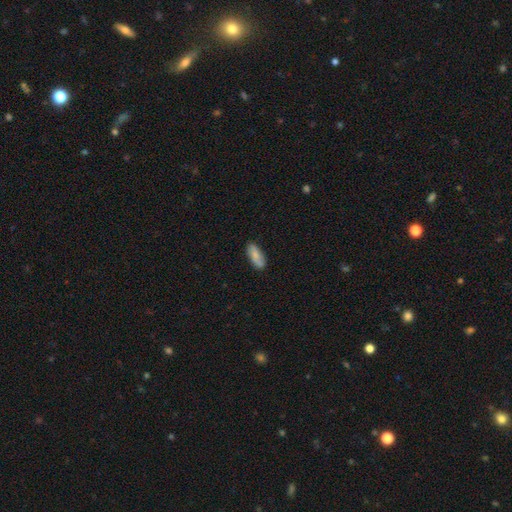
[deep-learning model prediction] smooth-or-featured: smooth: 78% | featured or disk: 16% | star or artifact: 6%
  how-rounded: in between: 78% | cigar-shaped: 20% | round: 2%
  merging: none: 82% | minor disturbance: 14% | major disturbance: 3% | merger: 1%